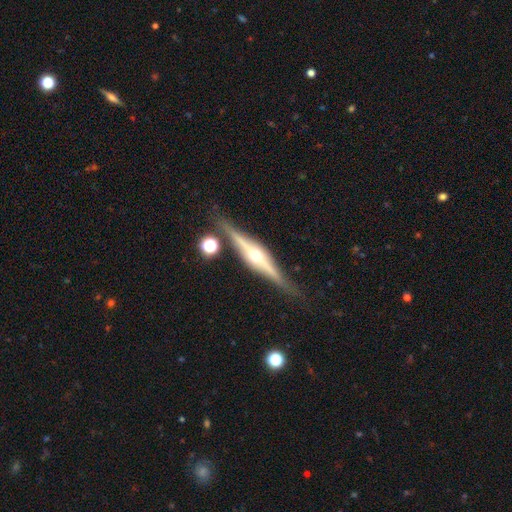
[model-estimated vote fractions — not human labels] Smooth or featured? featured or disk (84%)
Edge-on disk? yes (98%)
Edge-on bulge? rounded (88%)
Merging? none (85%)